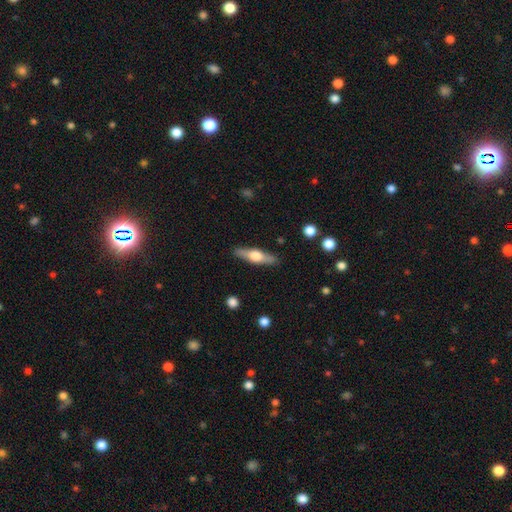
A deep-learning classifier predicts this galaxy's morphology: smooth-or-featured: featured or disk: 56% | smooth: 39% | star or artifact: 5%
  disk-edge-on: yes: 93% | no: 7%
    edge-on-bulge: rounded: 93% | boxy: 5% | none: 2%
  merging: none: 88% | minor disturbance: 8% | major disturbance: 2% | merger: 1%